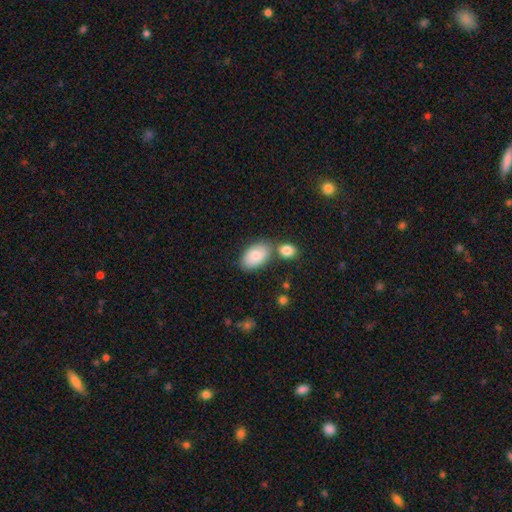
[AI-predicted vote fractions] A smooth galaxy with no disk features (82%) that is in between round and cigar-shaped (93%).

Vote fractions:
- Smooth or featured? smooth: 82% / featured or disk: 12% / star or artifact: 6%
- How rounded? in between: 93% / round: 5% / cigar-shaped: 1%
- Merging? none: 62% / merger: 21% / minor disturbance: 14% / major disturbance: 4%